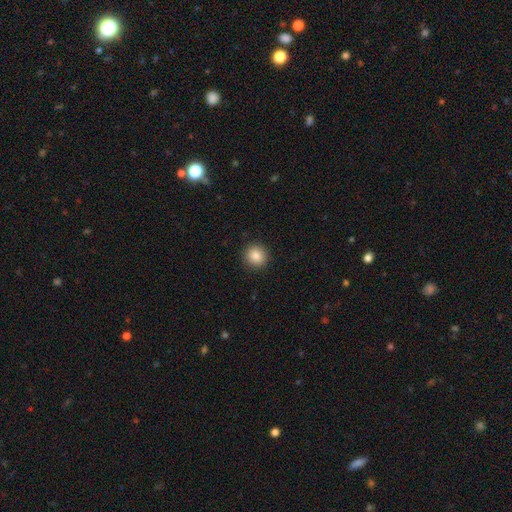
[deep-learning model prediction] smooth_or_featured: smooth (p=0.86) [alt: star or artifact p=0.09]
how_rounded: round (p=0.92) [alt: in between p=0.07]
merging: none (p=0.92) [alt: minor disturbance p=0.05]